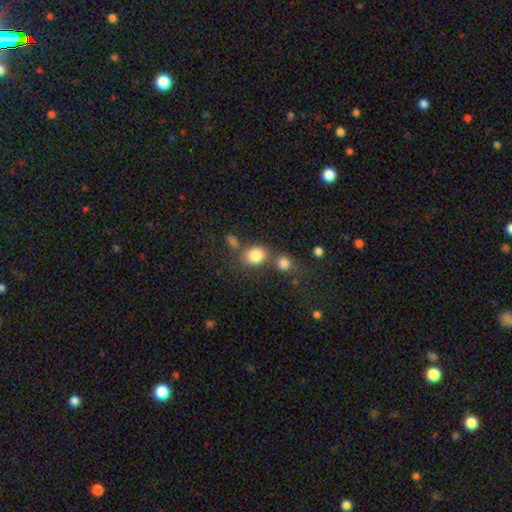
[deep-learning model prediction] Overall: smooth (83%). How rounded: in between (50%; round 49%). Merging: none (54%; merger 26%).